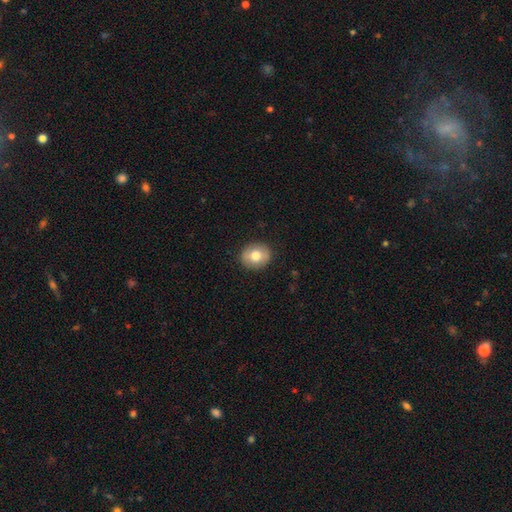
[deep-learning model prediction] The model was most divided on "how rounded": round: 67%, in between: 32%, cigar-shaped: 1%. More confident: merging — none (89%); smooth or featured — smooth (74%).